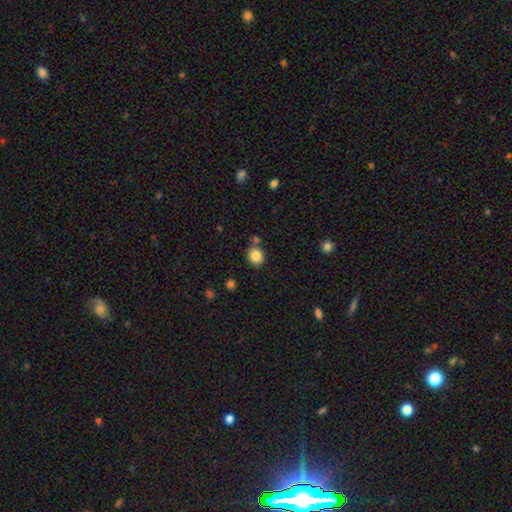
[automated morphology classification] This appears to be a smooth galaxy with no disk features (85%) that is round (78%). Merging: none (76%).